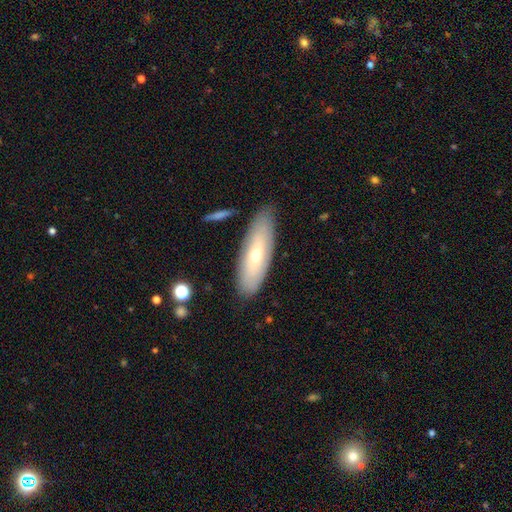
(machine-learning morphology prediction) A smooth galaxy with no disk features (55%) that is in between round and cigar-shaped (57%). Merging: none (82%).